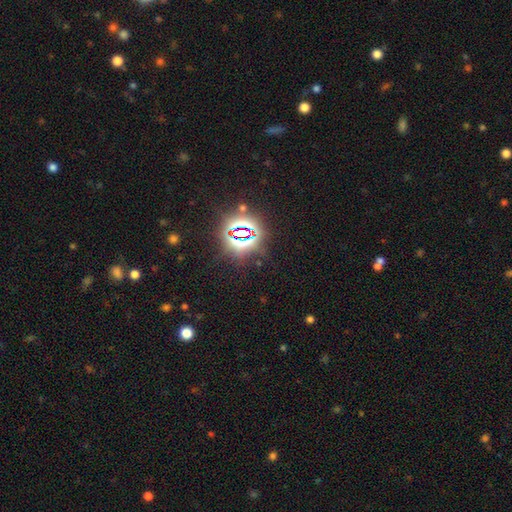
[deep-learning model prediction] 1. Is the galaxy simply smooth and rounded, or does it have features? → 84% star or artifact, 10% smooth, 6% featured or disk.